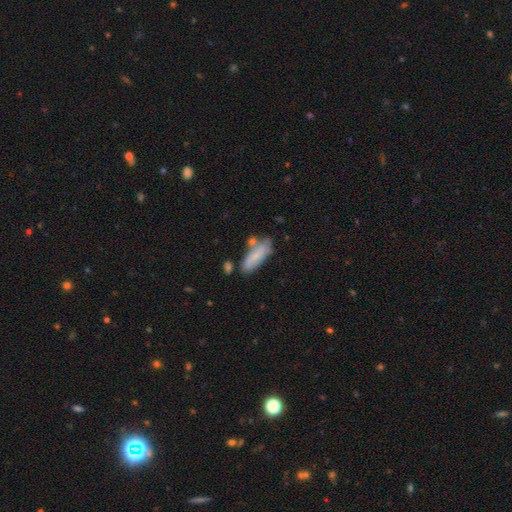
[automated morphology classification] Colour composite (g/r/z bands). It shows a smooth galaxy with no disk features (72%) that is in between round and cigar-shaped (63%). Merging: none (60%).